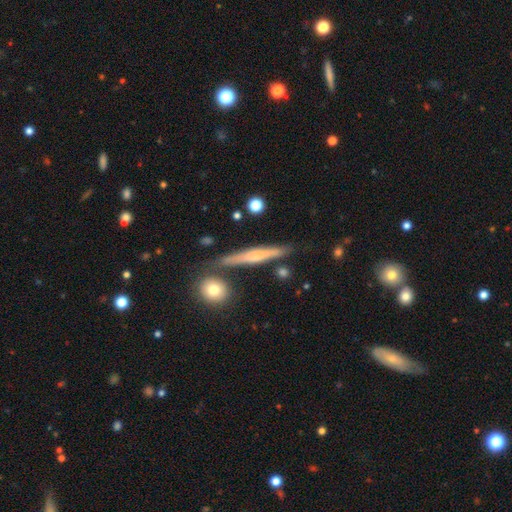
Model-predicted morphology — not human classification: This is possibly a featured or disk galaxy (58%). It is clearly viewed edge-on (95%). Edge-on bulge: possibly rounded (49%). Merging: clearly none (81%).